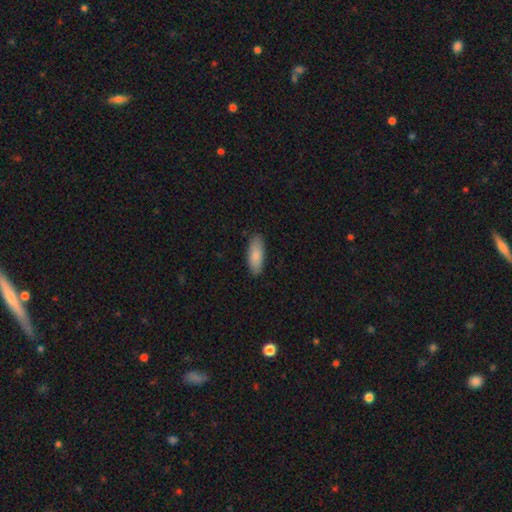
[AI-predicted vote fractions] Smooth or featured? Predicted: smooth (p=0.86). How rounded? Predicted: in between (p=0.76). Merging? Predicted: none (p=0.86).